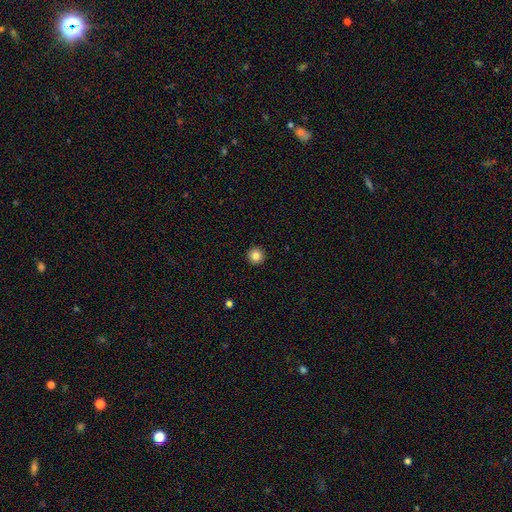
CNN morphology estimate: Smooth or featured?
  - smooth: 85% *
  - star or artifact: 10%
  - featured or disk: 5%
How rounded?
  - round: 96% *
  - in between: 3%
  - cigar-shaped: 1%
Merging?
  - none: 94% *
  - minor disturbance: 4%
  - major disturbance: 1%
  - merger: 1%